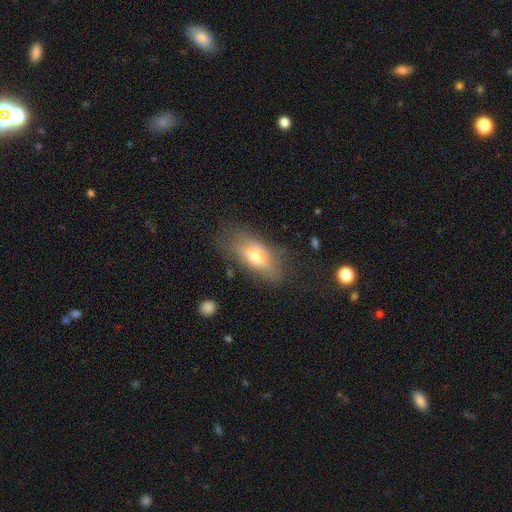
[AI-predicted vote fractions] Smooth or featured? smooth (67%)
How rounded? in between (80%)
Merging? none (63%)